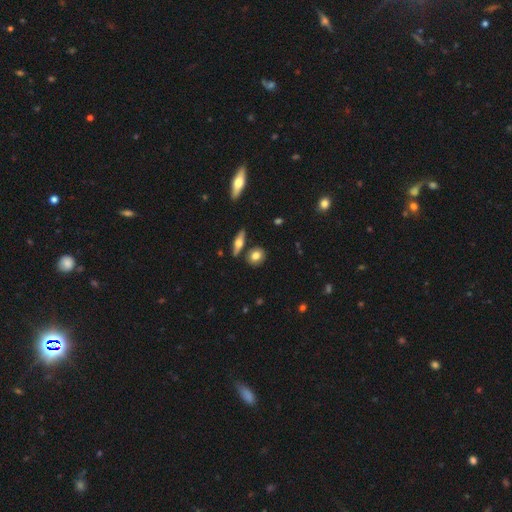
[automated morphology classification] This appears to be a smooth galaxy with no disk features (76%) that is round (53%). Merging: none (79%).